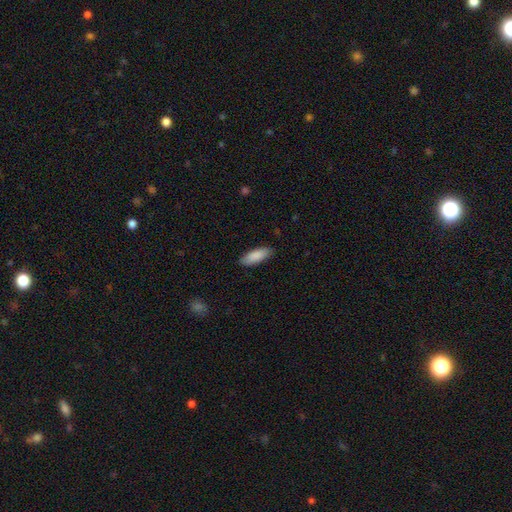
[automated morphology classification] A smooth galaxy with no disk features (89%) that is in between round and cigar-shaped (69%).

Vote fractions:
- Smooth or featured? smooth: 89% / featured or disk: 6% / star or artifact: 6%
- How rounded? in between: 69% / cigar-shaped: 30% / round: 2%
- Merging? none: 86% / minor disturbance: 11% / major disturbance: 2% / merger: 1%